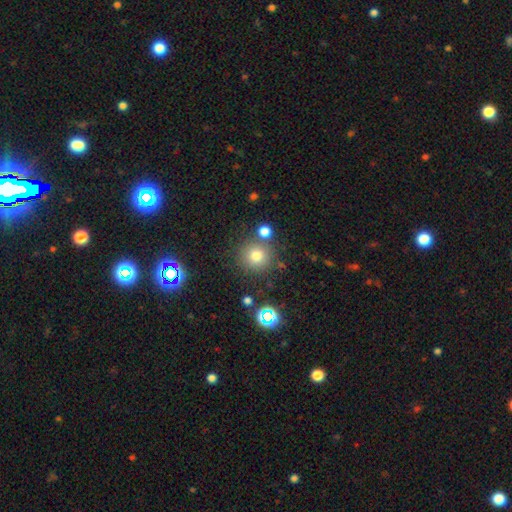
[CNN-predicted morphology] smooth-or-featured: smooth: 76% | star or artifact: 16% | featured or disk: 9%
  how-rounded: round: 94% | in between: 5% | cigar-shaped: 1%
  merging: none: 79% | merger: 9% | minor disturbance: 9% | major disturbance: 3%